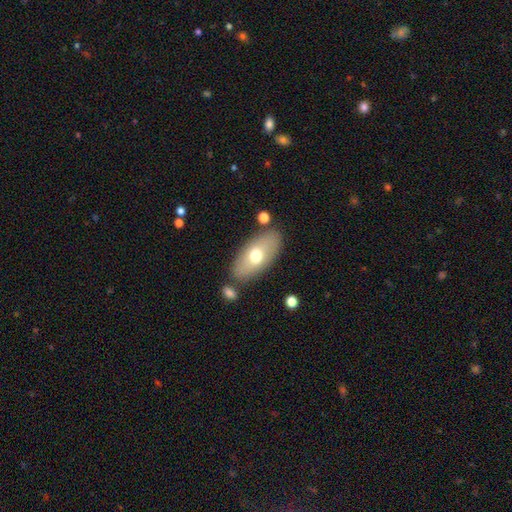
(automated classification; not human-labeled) Smooth or featured: smooth — 65% (featured or disk — 28%)
How rounded: in between — 91% (cigar-shaped — 6%)
Merging: none — 79% (minor disturbance — 12%)